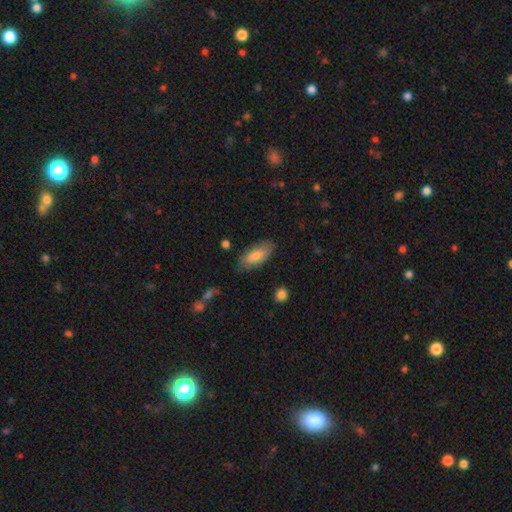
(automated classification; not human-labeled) smooth_or_featured: smooth (p=0.79) [alt: featured or disk p=0.15]
how_rounded: in between (p=0.83) [alt: cigar-shaped p=0.15]
merging: none (p=0.81) [alt: minor disturbance p=0.14]